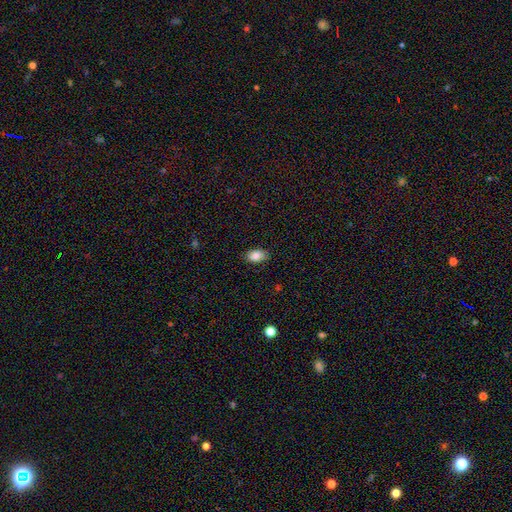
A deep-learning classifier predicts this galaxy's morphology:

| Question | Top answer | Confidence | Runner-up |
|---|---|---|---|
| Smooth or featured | smooth | 87% | star or artifact (8%) |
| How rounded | in between | 89% | round (9%) |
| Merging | none | 84% | minor disturbance (12%) |